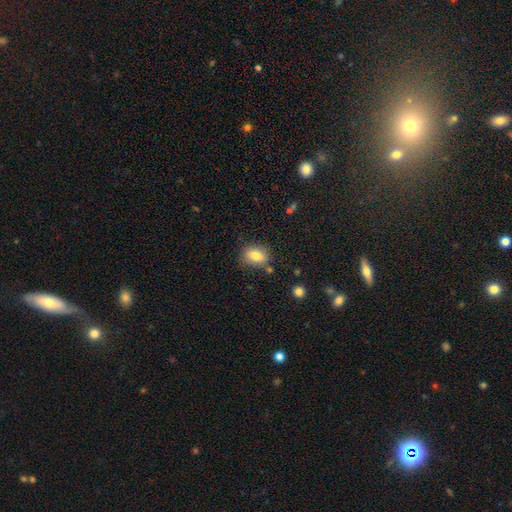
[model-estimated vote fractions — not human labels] Smooth or featured? Predicted: smooth (p=0.80). How rounded? Predicted: in between (p=0.67). Merging? Predicted: none (p=0.78).